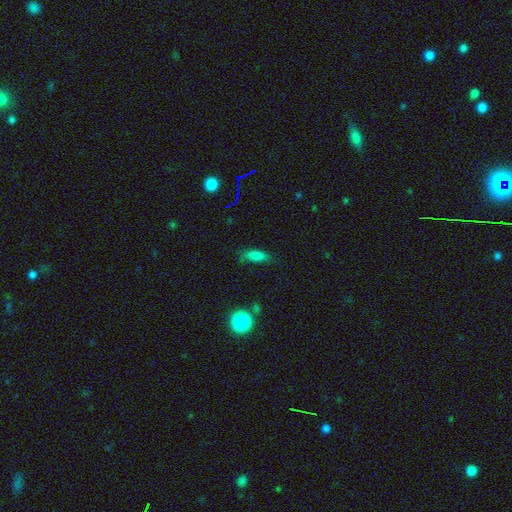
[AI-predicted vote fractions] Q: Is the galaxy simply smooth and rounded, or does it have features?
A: smooth — 78%.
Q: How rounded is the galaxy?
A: in between — 60%.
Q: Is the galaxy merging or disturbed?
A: none — 70%.